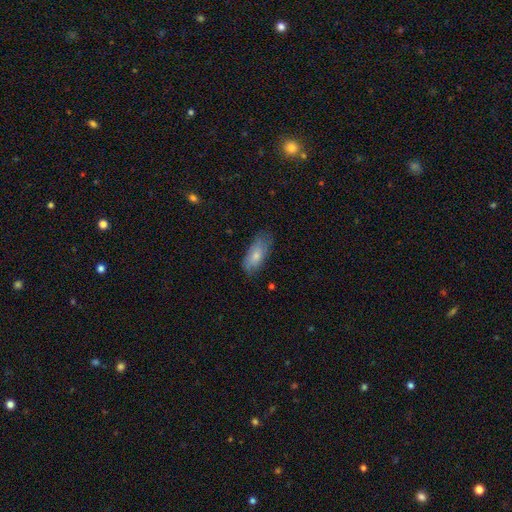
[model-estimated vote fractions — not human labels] Q: Smooth or featured?
A: smooth (75%); runner-up: featured or disk (19%)
Q: How rounded?
A: in between (86%); runner-up: cigar-shaped (11%)
Q: Merging?
A: none (62%); runner-up: minor disturbance (29%)